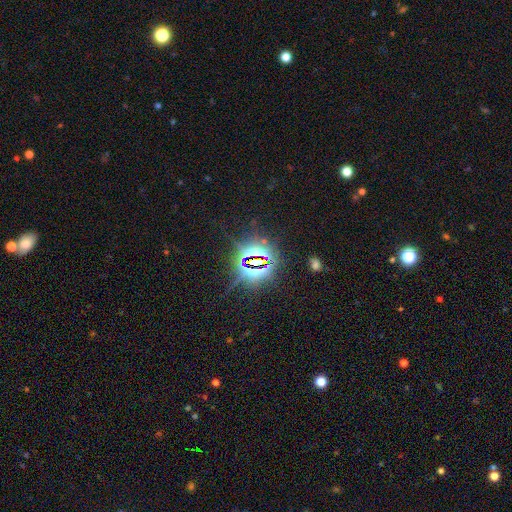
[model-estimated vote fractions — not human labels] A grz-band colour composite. It shows a star or artifact, not a galaxy (83%).